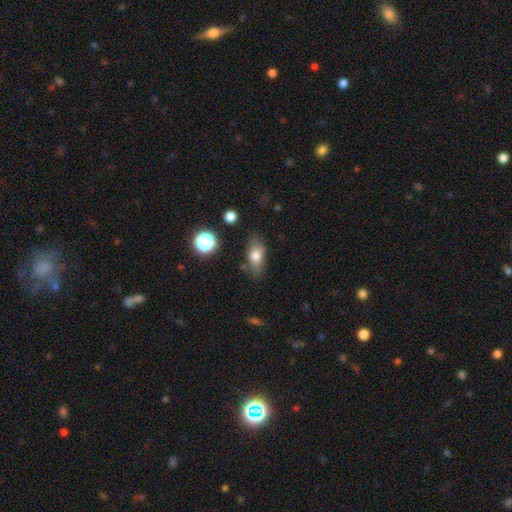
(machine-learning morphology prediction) A smooth galaxy with no disk features (73%) that is in between round and cigar-shaped (78%). Merging: none (76%).